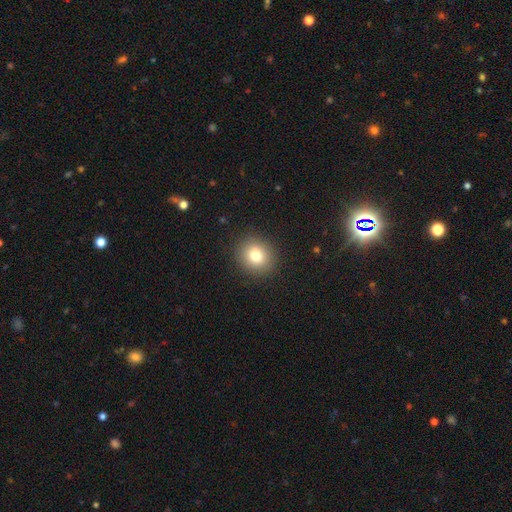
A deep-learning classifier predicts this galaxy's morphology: Smooth or featured?
  - smooth: 79% *
  - star or artifact: 11%
  - featured or disk: 10%
How rounded?
  - round: 86% *
  - in between: 13%
  - cigar-shaped: 1%
Merging?
  - none: 90% *
  - minor disturbance: 6%
  - major disturbance: 2%
  - merger: 1%